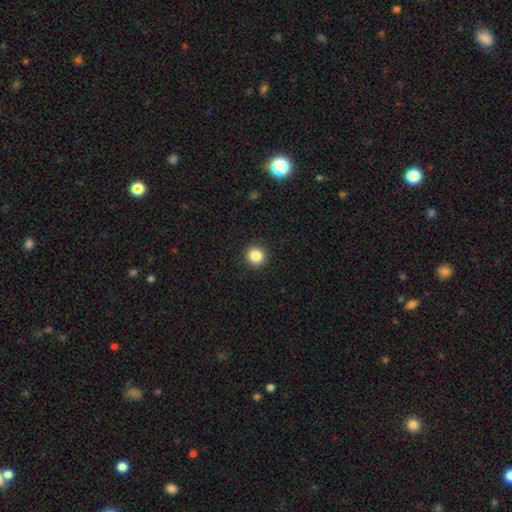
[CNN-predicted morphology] Smooth or featured?
  - smooth: 85% *
  - star or artifact: 11%
  - featured or disk: 4%
How rounded?
  - round: 95% *
  - in between: 4%
  - cigar-shaped: 1%
Merging?
  - none: 93% *
  - minor disturbance: 5%
  - major disturbance: 2%
  - merger: 1%